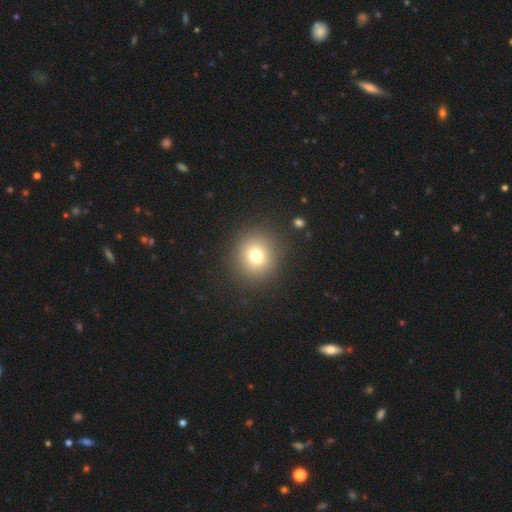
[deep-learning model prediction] A smooth galaxy with no disk features (75%) that is round (89%).

Vote fractions:
- Smooth or featured? smooth: 75% / star or artifact: 14% / featured or disk: 10%
- How rounded? round: 89% / in between: 10% / cigar-shaped: 1%
- Merging? none: 89% / minor disturbance: 6% / major disturbance: 3% / merger: 1%